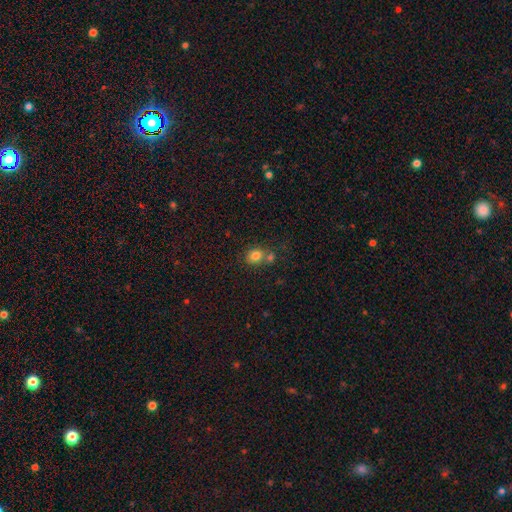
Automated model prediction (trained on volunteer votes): smooth 80%, star or artifact 11%, featured or disk 9%. Down the decision tree: how rounded — round (63%); merging — none (54%).